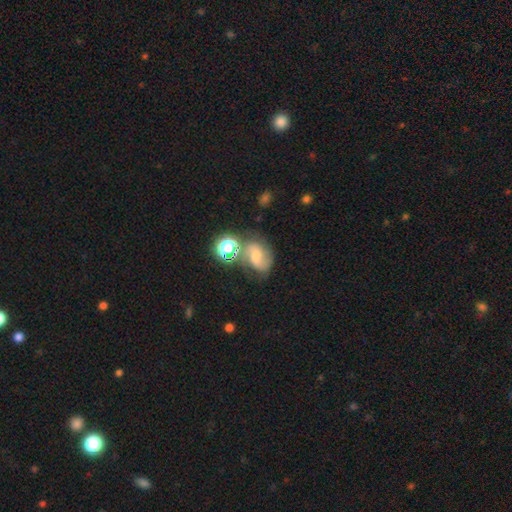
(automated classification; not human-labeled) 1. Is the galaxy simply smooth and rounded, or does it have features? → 62% featured or disk, 22% smooth, 16% star or artifact.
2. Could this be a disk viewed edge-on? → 97% no, 3% yes.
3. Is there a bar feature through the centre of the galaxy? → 45% weak, 41% no, 14% strong.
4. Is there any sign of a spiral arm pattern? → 92% yes, 8% no.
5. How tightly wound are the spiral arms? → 51% medium, 28% loose, 21% tight.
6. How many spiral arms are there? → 84% 2, 7% can't tell, 5% 1, 2% 3, 1% 4, 1% more than 4.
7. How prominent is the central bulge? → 44% moderate, 43% small, 6% none, 5% large, 2% dominant.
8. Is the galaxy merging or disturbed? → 60% none, 18% minor disturbance, 14% merger, 8% major disturbance.